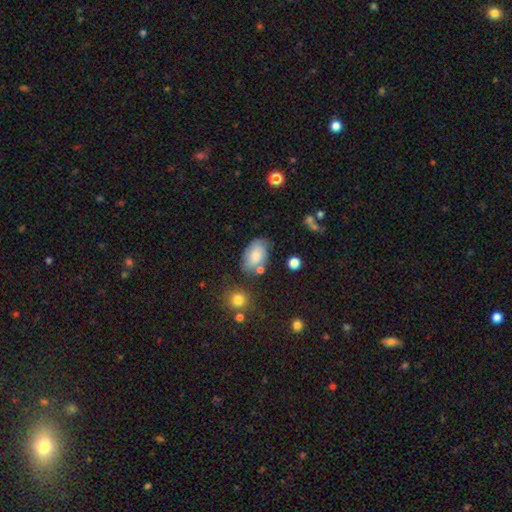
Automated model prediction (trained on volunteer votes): smooth_or_featured: smooth (p=0.74) [alt: featured or disk p=0.18]
how_rounded: in between (p=0.89) [alt: round p=0.09]
merging: none (p=0.58) [alt: minor disturbance p=0.24]